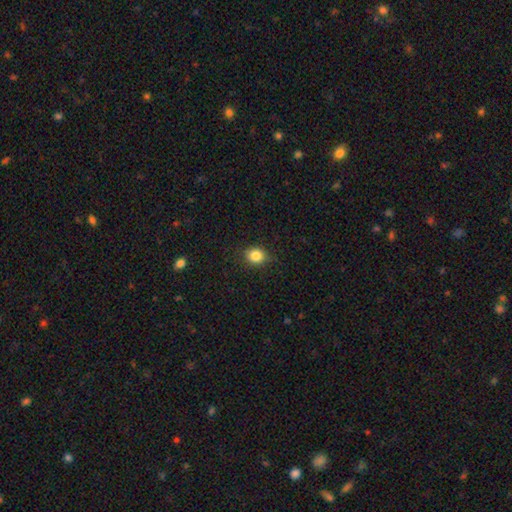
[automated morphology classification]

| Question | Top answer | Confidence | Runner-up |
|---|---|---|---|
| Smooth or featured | smooth | 84% | star or artifact (10%) |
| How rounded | round | 72% | in between (27%) |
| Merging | none | 83% | minor disturbance (13%) |